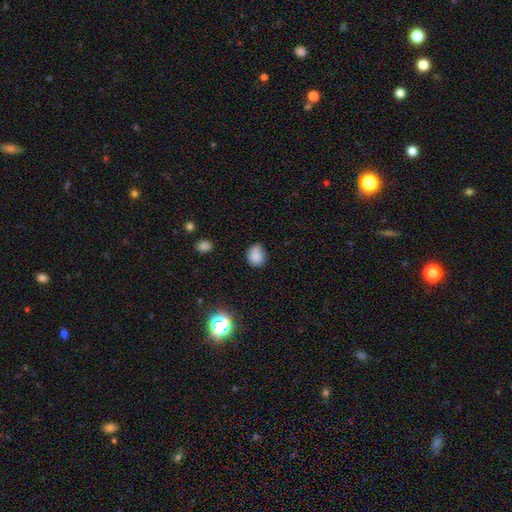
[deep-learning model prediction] A smooth galaxy with no disk features (84%) that is round (66%). Merging: none (70%).